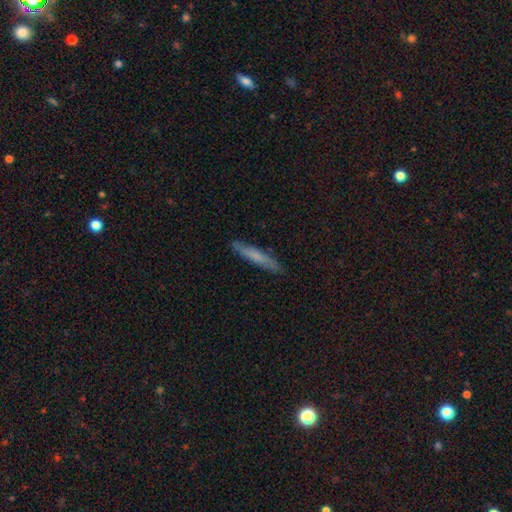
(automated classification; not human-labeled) Smooth or featured: smooth — 60% (featured or disk — 34%)
How rounded: cigar-shaped — 93% (in between — 6%)
Merging: none — 85% (minor disturbance — 12%)